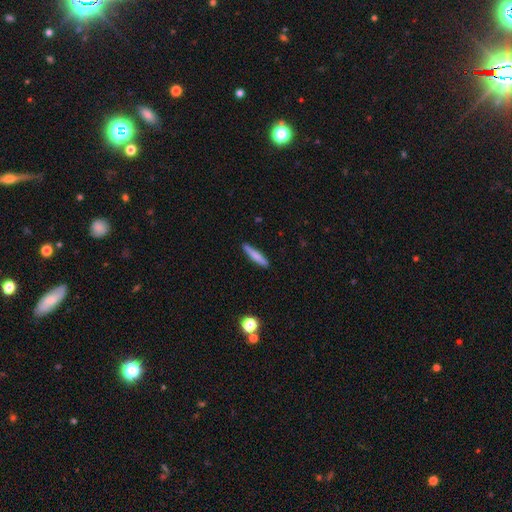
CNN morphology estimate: Smooth or featured? smooth (74%)
How rounded? cigar-shaped (91%)
Merging? none (86%)